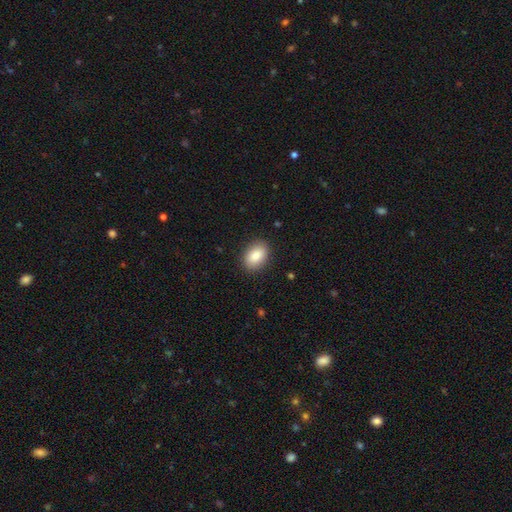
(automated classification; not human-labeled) Overall: smooth (86%). How rounded: in between (84%). Merging: none (88%).